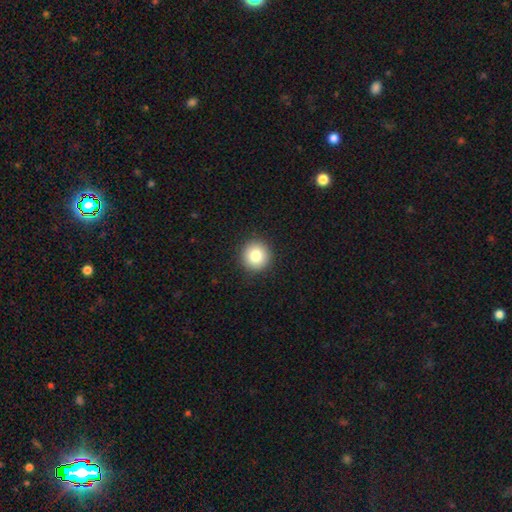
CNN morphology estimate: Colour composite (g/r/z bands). It shows a smooth galaxy with no disk features (82%) that is round (94%). Merging: none (92%).